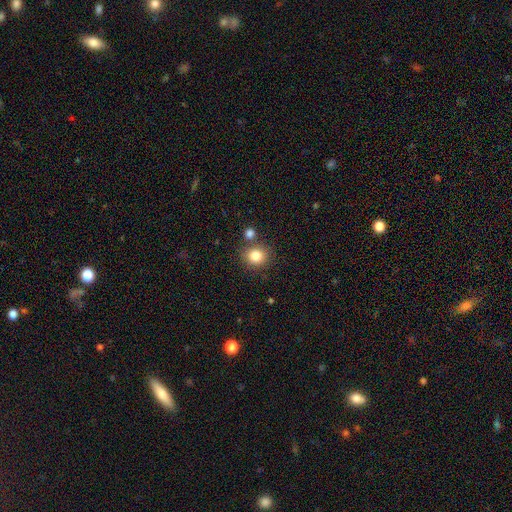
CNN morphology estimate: smooth 83%, star or artifact 11%, featured or disk 7%. Down the decision tree: how rounded — round (84%); merging — none (75%).